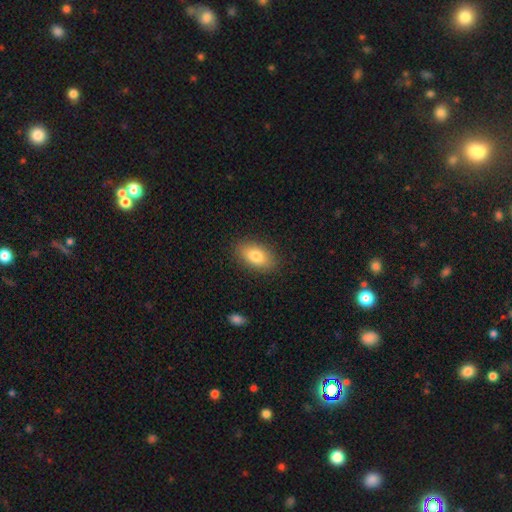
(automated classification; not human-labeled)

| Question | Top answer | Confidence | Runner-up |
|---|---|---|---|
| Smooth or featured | smooth | 80% | featured or disk (13%) |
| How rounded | in between | 89% | round (7%) |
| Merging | none | 87% | minor disturbance (9%) |